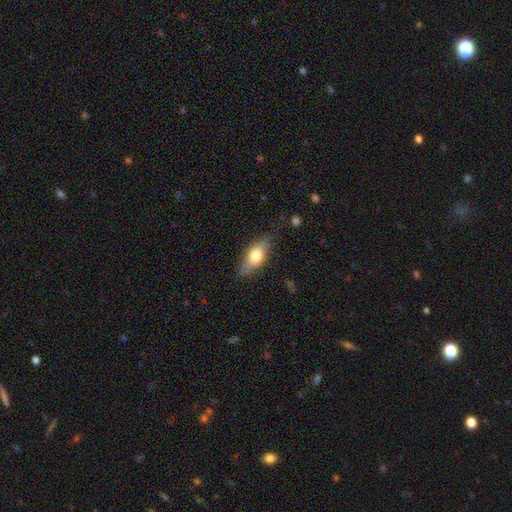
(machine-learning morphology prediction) Overall: smooth (64%; featured or disk 29%). How rounded: in between (74%). Merging: none (74%).